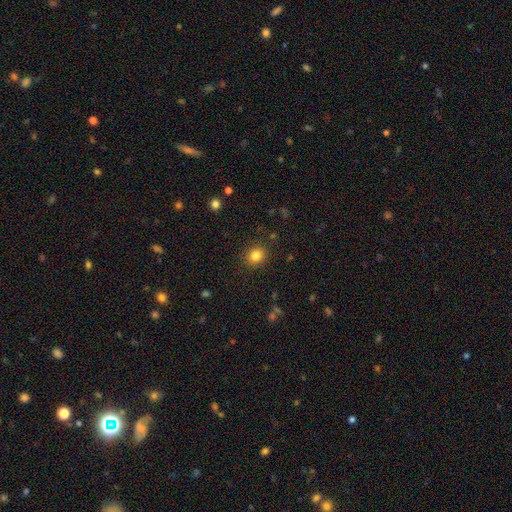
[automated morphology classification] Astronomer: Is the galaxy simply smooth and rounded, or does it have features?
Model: smooth — 83%.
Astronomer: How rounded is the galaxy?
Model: round — 78%.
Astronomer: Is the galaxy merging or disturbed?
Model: none — 89%.